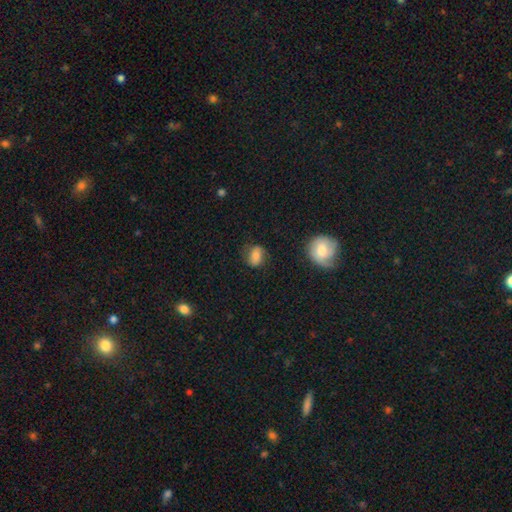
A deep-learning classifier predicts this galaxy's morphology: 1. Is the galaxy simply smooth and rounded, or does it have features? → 70% smooth, 20% featured or disk, 10% star or artifact.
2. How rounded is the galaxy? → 56% in between, 42% round, 2% cigar-shaped.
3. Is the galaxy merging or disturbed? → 72% none, 20% minor disturbance, 6% major disturbance, 2% merger.